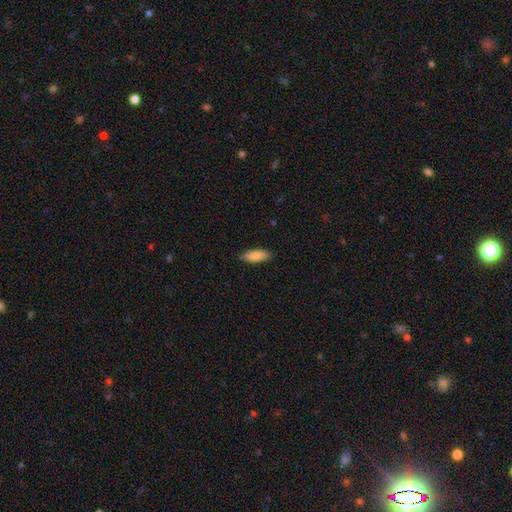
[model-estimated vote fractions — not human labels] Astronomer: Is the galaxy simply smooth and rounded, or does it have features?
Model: smooth — 87%.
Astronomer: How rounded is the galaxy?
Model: in between — 71%.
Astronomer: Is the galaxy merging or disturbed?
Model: none — 88%.